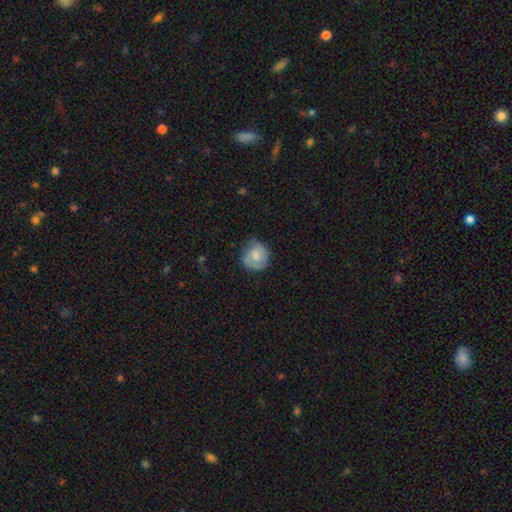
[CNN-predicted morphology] type=smooth (69%); roundness=round (86%); merging=none (66%).